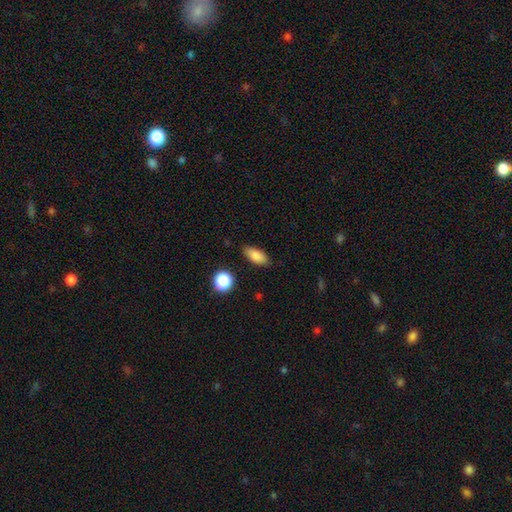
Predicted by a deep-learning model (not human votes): A smooth galaxy with no disk features (84%) that is in between round and cigar-shaped (84%).

Vote fractions:
- Smooth or featured? smooth: 84% / star or artifact: 9% / featured or disk: 7%
- How rounded? in between: 84% / cigar-shaped: 11% / round: 5%
- Merging? none: 84% / minor disturbance: 12% / major disturbance: 3% / merger: 2%